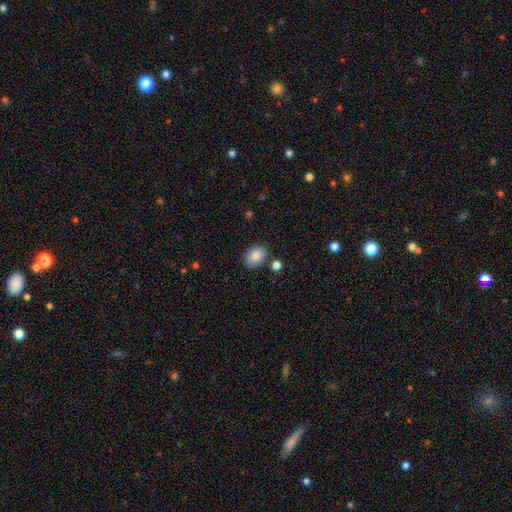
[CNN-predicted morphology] Smooth or featured? Predicted: smooth (p=0.87). How rounded? Predicted: in between (p=0.83). Merging? Predicted: none (p=0.79).